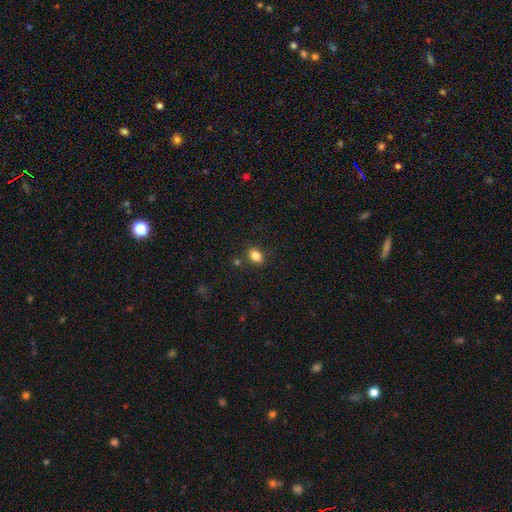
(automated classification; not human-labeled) This appears to be a smooth galaxy with no disk features (83%) that is in between round and cigar-shaped (82%). Merging: none (82%).